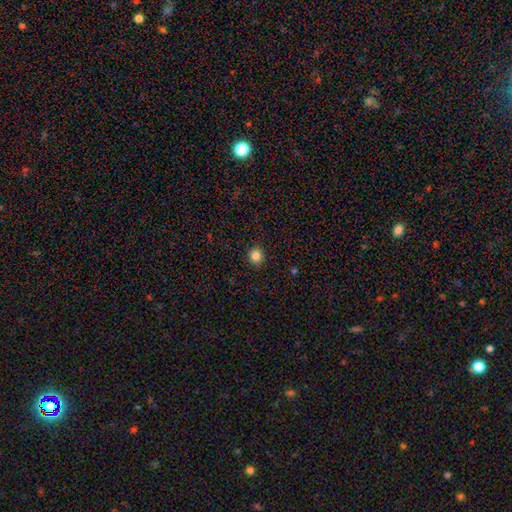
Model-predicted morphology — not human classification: The model was most divided on "how rounded": round: 86%, in between: 13%, cigar-shaped: 1%. More confident: merging — none (92%); smooth or featured — smooth (85%).